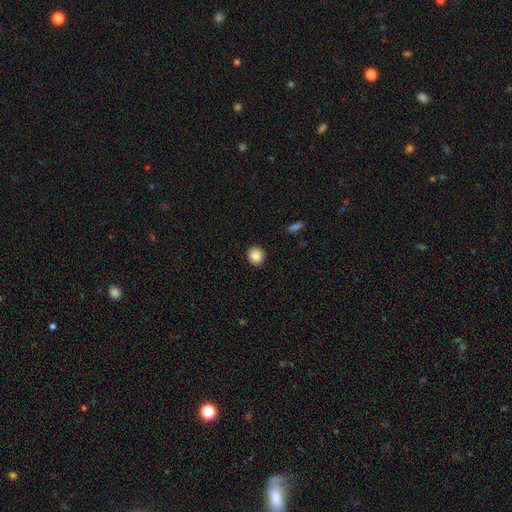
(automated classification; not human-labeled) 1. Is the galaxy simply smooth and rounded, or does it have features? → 87% smooth, 9% star or artifact, 4% featured or disk.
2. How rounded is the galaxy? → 88% round, 11% in between, 1% cigar-shaped.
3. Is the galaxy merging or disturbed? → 92% none, 5% minor disturbance, 2% major disturbance, 1% merger.